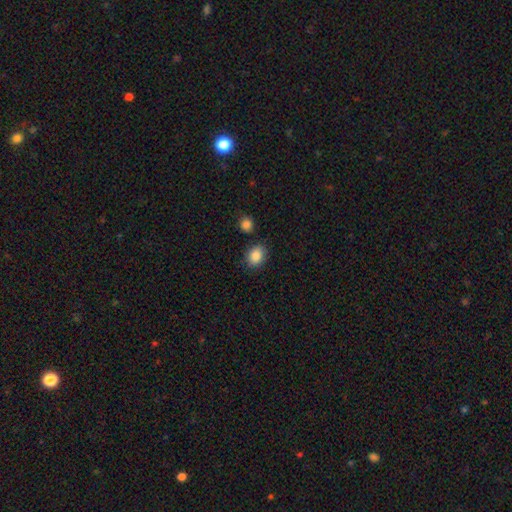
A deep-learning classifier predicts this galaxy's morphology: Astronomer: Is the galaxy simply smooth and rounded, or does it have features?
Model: smooth — 88%.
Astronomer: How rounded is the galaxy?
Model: in between — 61% (runner-up: round, 38%).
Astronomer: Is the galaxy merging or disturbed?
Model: none — 80%.